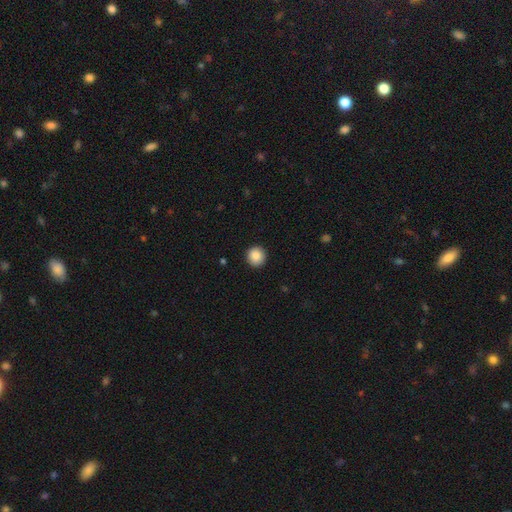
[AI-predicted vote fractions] Morphology: type=smooth (88%); roundness=round (93%); merging=none (91%).